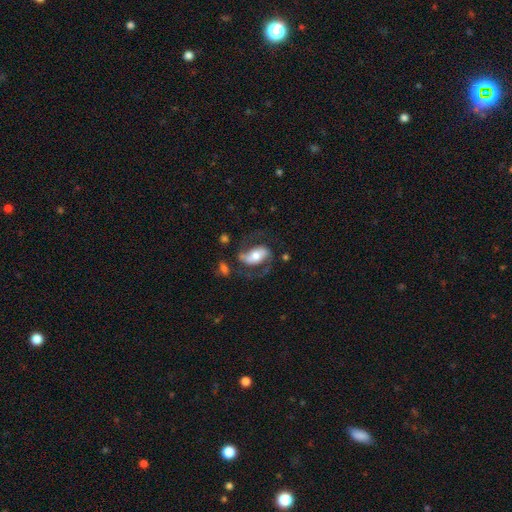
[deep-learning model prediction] A featured or disk galaxy (72%) with a strong bar (40%), 2 (89%) medium (49%) spiral arms (91%) and a moderate central bulge (57%).

Vote fractions:
- Smooth or featured? featured or disk: 72% / smooth: 22% / star or artifact: 6%
- Edge-on disk? no: 95% / yes: 5%
- Bar? strong: 40% / weak: 30% / no: 30%
- Spiral arms? yes: 91% / no: 9%
- Spiral winding? medium: 49% / loose: 37% / tight: 14%
- Spiral arm count? 2: 89% / 1: 5% / can't tell: 4% / 3: 1% / 4: 1% / more than 4: 1%
- Bulge size? moderate: 57% / small: 20% / large: 18% / dominant: 3% / none: 2%
- Merging? none: 60% / major disturbance: 19% / minor disturbance: 18% / merger: 4%